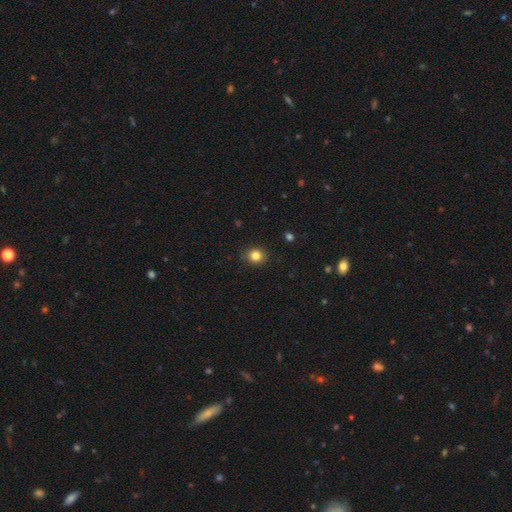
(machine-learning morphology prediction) Q: Smooth or featured?
A: smooth (83%); runner-up: star or artifact (11%)
Q: How rounded?
A: round (83%); runner-up: in between (16%)
Q: Merging?
A: none (89%); runner-up: minor disturbance (8%)